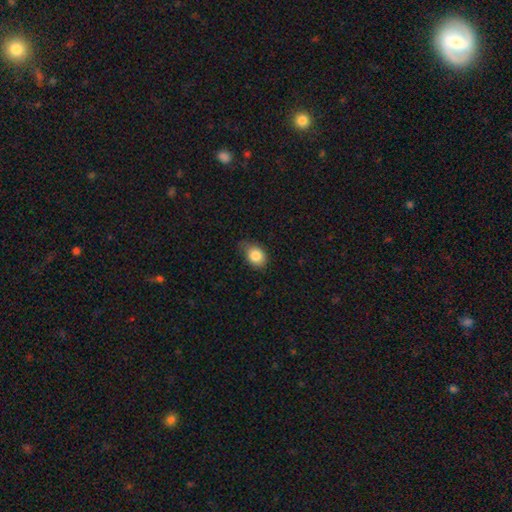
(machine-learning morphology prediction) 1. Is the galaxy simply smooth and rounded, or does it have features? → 84% smooth, 9% star or artifact, 7% featured or disk.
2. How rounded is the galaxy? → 61% in between, 38% round, 1% cigar-shaped.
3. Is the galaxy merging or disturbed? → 54% none, 36% minor disturbance, 8% major disturbance, 2% merger.